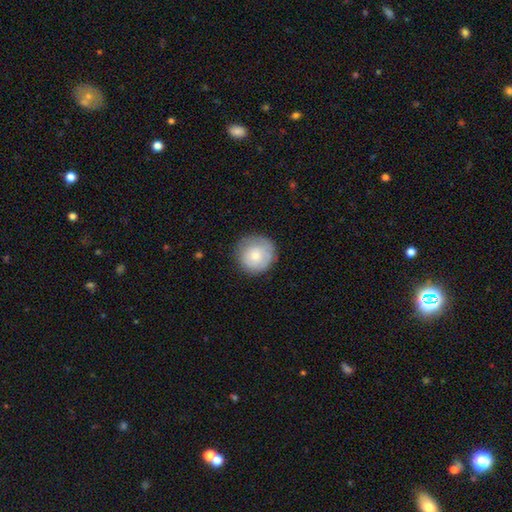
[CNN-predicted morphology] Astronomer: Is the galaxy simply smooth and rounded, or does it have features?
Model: smooth — 69%.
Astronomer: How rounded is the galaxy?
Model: round — 93%.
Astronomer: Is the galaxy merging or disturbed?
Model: none — 78%.